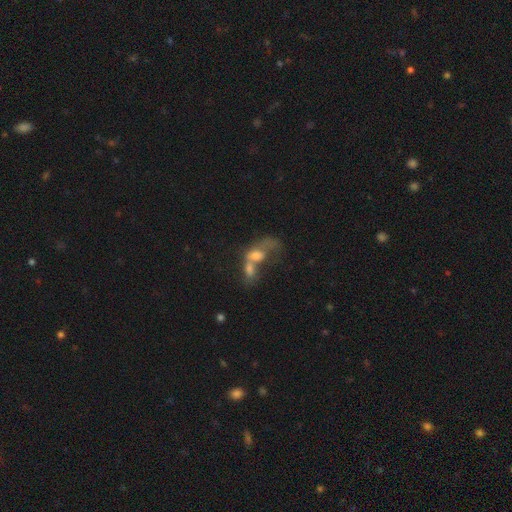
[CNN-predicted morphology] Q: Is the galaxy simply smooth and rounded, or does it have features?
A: smooth — 52%.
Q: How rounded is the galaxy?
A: in between — 75%.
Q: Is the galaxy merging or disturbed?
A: merger — 74%.